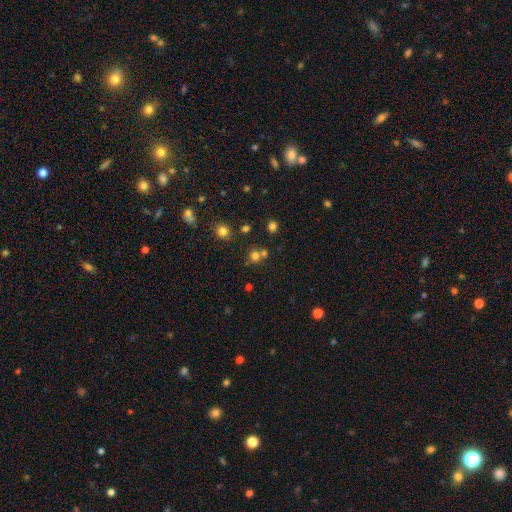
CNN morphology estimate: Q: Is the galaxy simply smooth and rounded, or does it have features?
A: smooth — 70%.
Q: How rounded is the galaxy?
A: round — 85%.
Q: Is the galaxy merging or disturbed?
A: none — 56%.